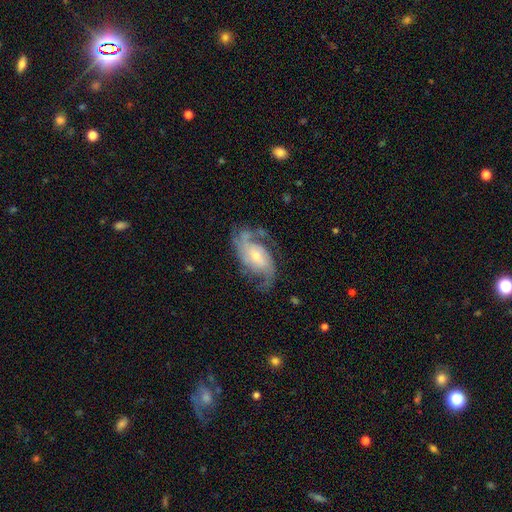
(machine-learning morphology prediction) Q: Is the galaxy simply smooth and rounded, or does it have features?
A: featured or disk — 85%.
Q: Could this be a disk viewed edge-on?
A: no — 96%.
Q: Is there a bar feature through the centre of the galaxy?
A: no — 50%.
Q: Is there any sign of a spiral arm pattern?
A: yes — 96%.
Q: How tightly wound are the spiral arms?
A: medium — 47%.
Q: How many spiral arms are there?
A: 2 — 75%.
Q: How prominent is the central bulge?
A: small — 57%.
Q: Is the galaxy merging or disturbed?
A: none — 63%.